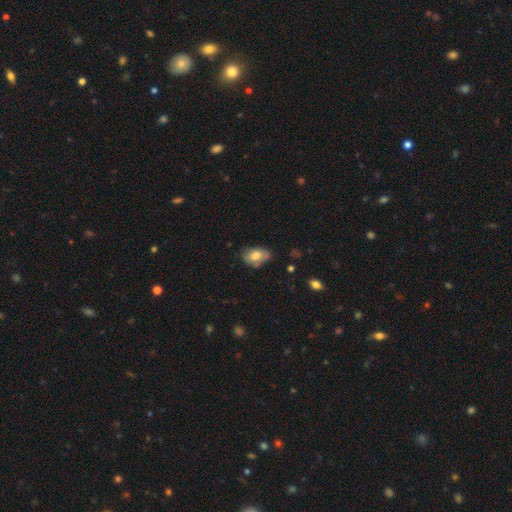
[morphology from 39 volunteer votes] Smooth or featured? smooth (67%)
How rounded? in between (96%)
Merging? none (51%)